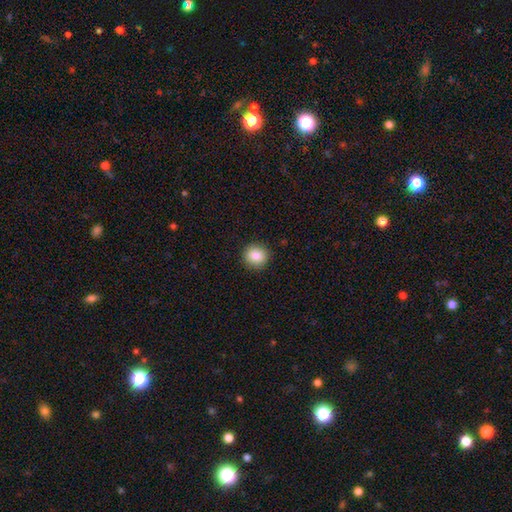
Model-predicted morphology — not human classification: Smooth or featured?
  - smooth: 86% *
  - star or artifact: 9%
  - featured or disk: 6%
How rounded?
  - round: 89% *
  - in between: 10%
  - cigar-shaped: 1%
Merging?
  - none: 91% *
  - minor disturbance: 6%
  - major disturbance: 2%
  - merger: 1%